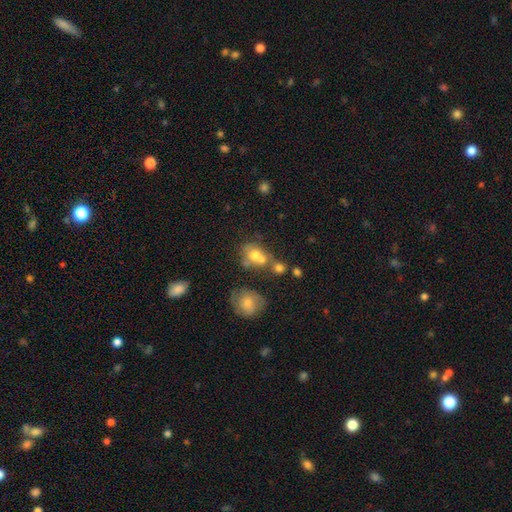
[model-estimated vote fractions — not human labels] Smooth or featured? smooth (62%)
How rounded? round (53%)
Merging? merger (49%)